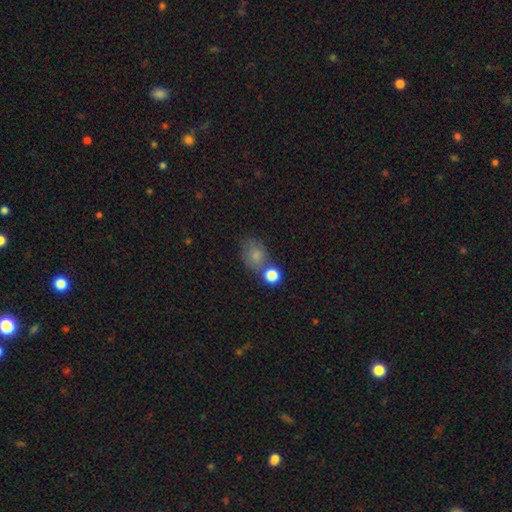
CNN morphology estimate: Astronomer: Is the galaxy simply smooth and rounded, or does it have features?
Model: smooth — 75%.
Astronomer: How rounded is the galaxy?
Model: in between — 57% (runner-up: round, 42%).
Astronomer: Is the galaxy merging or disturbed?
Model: none — 48%.